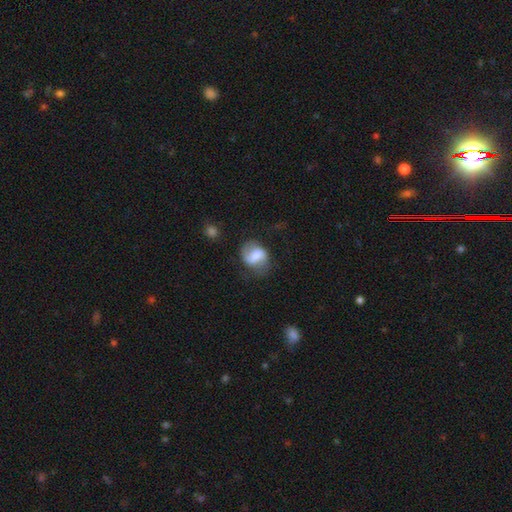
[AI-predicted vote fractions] Morphology: type=featured or disk (52%); edge-on=no (97%); bar=weak (46%); spiral arms=yes (84%); bulge=moderate (38%); merging=none (61%).